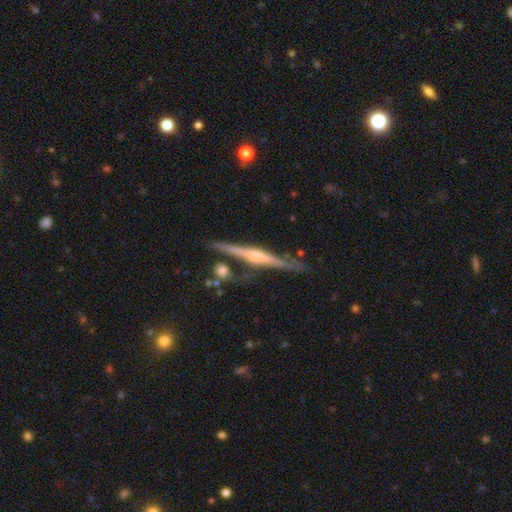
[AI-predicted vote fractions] Morphology: type=featured or disk (80%); edge-on=yes (98%); edge-on bulge=rounded (71%); merging=none (81%).